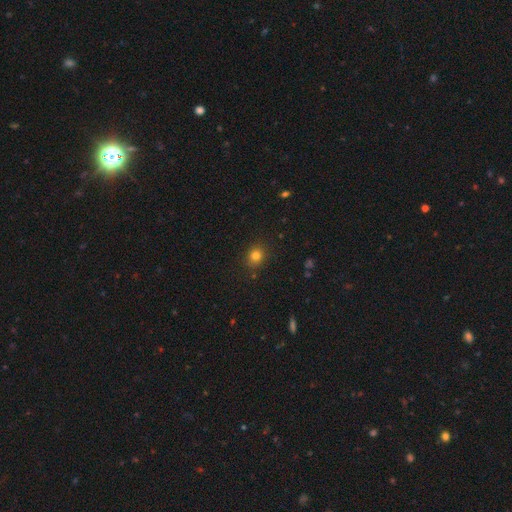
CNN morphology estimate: Smooth or featured?
  - smooth: 79% *
  - star or artifact: 14%
  - featured or disk: 6%
How rounded?
  - round: 78% *
  - in between: 21%
  - cigar-shaped: 1%
Merging?
  - none: 88% *
  - minor disturbance: 8%
  - major disturbance: 2%
  - merger: 2%